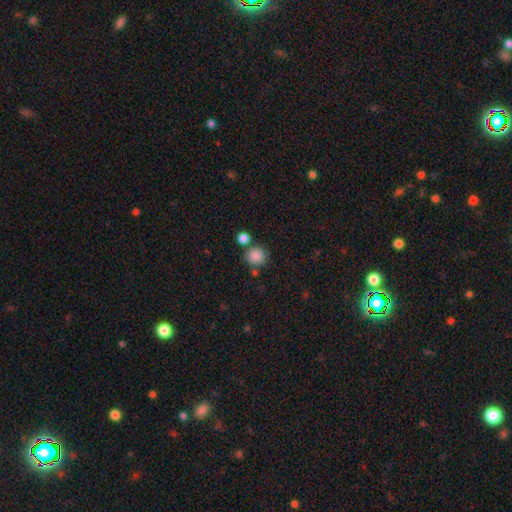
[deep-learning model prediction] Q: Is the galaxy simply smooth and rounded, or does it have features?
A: smooth — 87%.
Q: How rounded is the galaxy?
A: round — 90%.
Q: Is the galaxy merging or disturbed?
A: none — 72%.